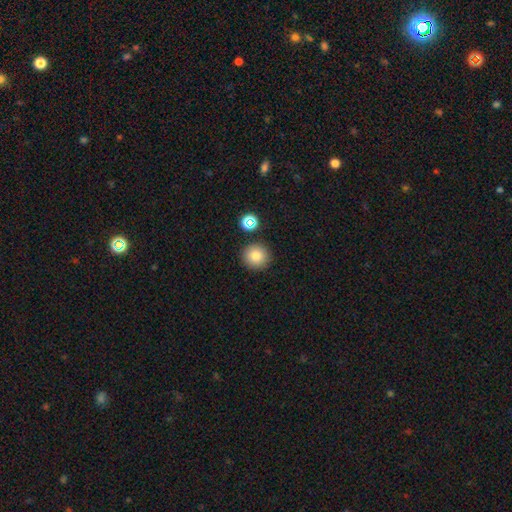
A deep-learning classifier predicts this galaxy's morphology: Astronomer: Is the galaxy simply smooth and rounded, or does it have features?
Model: smooth — 82%.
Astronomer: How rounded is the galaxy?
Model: round — 93%.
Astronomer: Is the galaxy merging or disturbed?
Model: none — 88%.